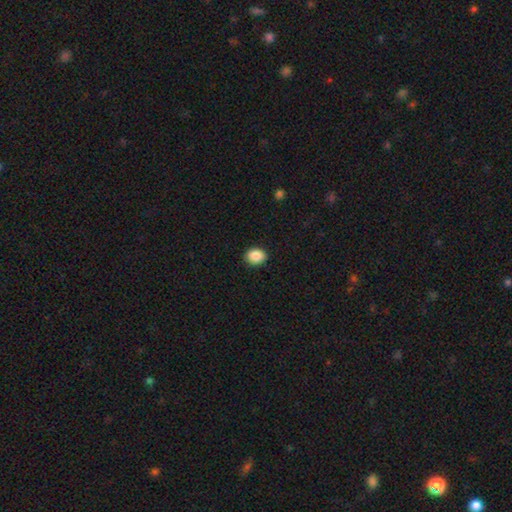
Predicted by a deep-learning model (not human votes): This is clearly a smooth galaxy (89%). How rounded: possibly in between (50%). Merging: clearly none (89%).